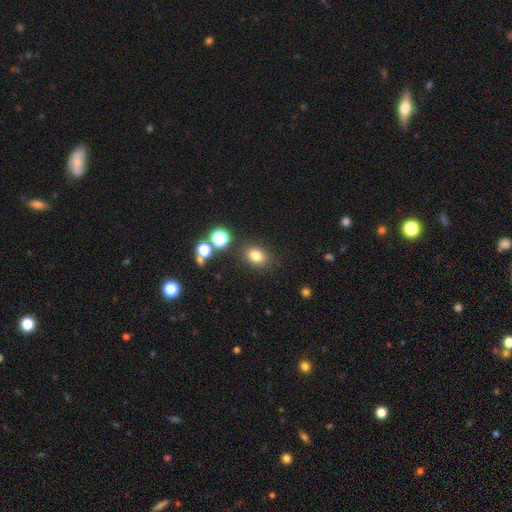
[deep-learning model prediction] smooth-or-featured: smooth: 79% | star or artifact: 14% | featured or disk: 7%
  how-rounded: in between: 57% | round: 41% | cigar-shaped: 1%
  merging: none: 82% | minor disturbance: 10% | merger: 4% | major disturbance: 4%